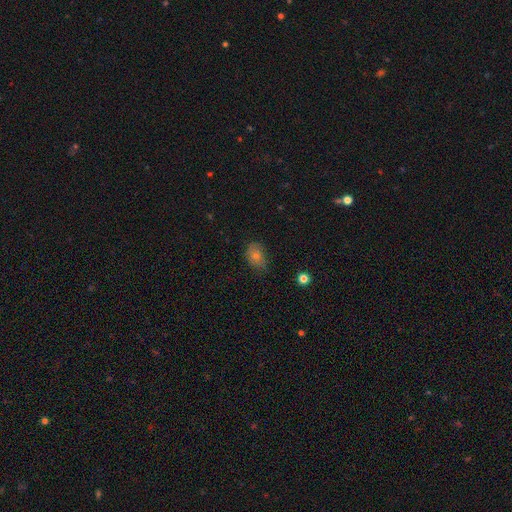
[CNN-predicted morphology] This is likely a smooth galaxy (72%). How rounded: likely in between (77%). Merging: likely none (68%).